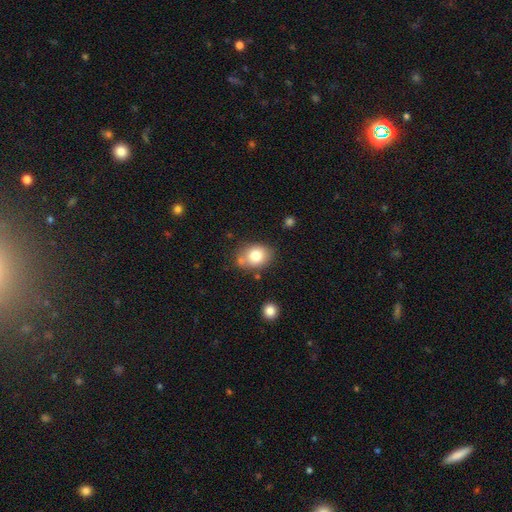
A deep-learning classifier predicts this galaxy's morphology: This is likely a smooth galaxy (80%). How rounded: likely in between (60%). Merging: likely none (67%).